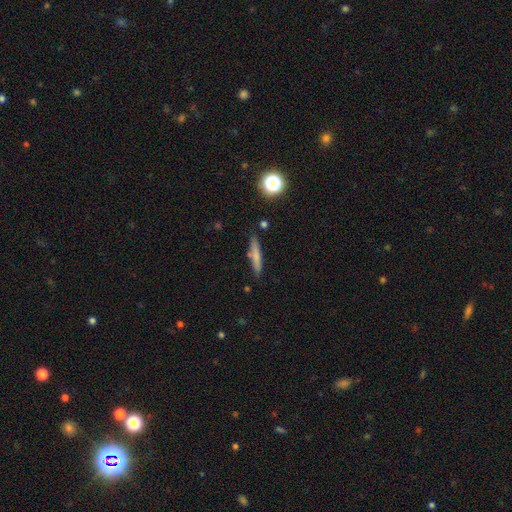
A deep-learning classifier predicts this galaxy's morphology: A smooth galaxy with no disk features (69%) that is cigar-shaped (90%). Merging: none (83%).